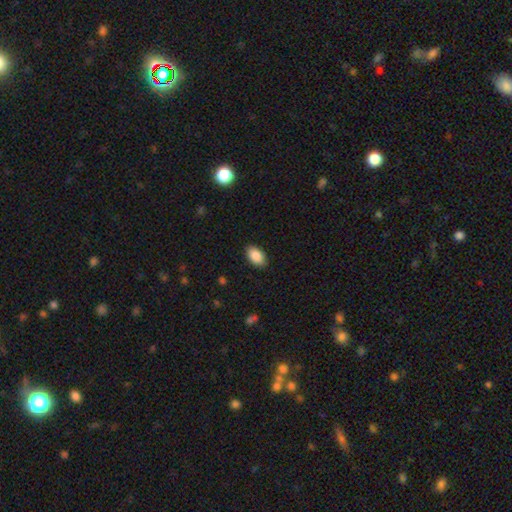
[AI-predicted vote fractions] Smooth or featured?
  - smooth: 89% *
  - star or artifact: 7%
  - featured or disk: 4%
How rounded?
  - in between: 93% *
  - round: 6%
  - cigar-shaped: 1%
Merging?
  - none: 88% *
  - minor disturbance: 9%
  - major disturbance: 2%
  - merger: 1%